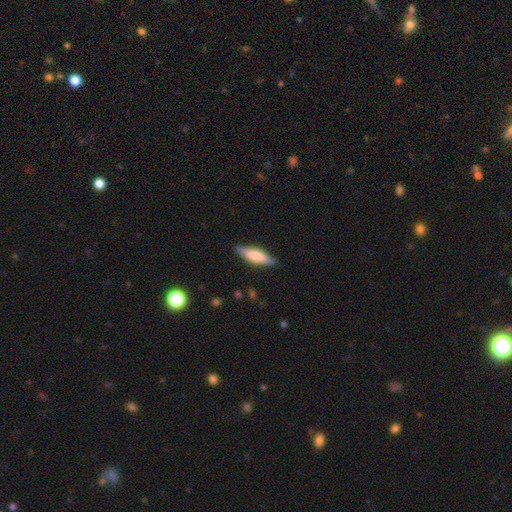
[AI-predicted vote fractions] Morphology: type=smooth (61%); roundness=cigar-shaped (61%); merging=none (85%).